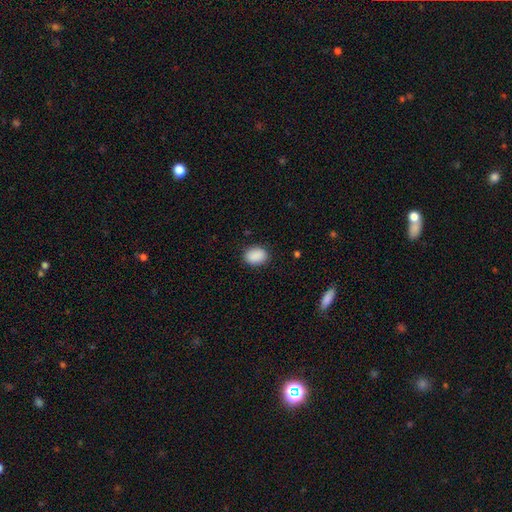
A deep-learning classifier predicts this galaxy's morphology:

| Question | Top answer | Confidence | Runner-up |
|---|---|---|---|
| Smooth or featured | smooth | 90% | star or artifact (7%) |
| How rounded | in between | 67% | round (32%) |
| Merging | none | 87% | minor disturbance (9%) |